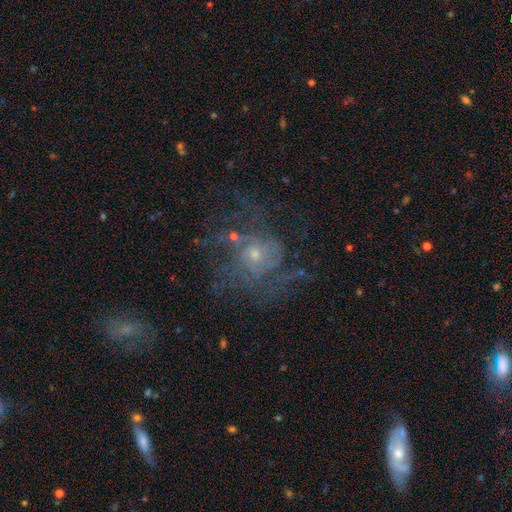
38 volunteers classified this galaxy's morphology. Overall: featured or disk (76%). Edge-on disk: no (100%). Bar: no (83%). Spiral arms: yes (90%). Spiral arm count: can't tell (50%; 3 15%). Spiral winding: loose (38%; medium 35%). Bulge size: small (66%; moderate 31%). Merging: none (50%; major disturbance 36%).